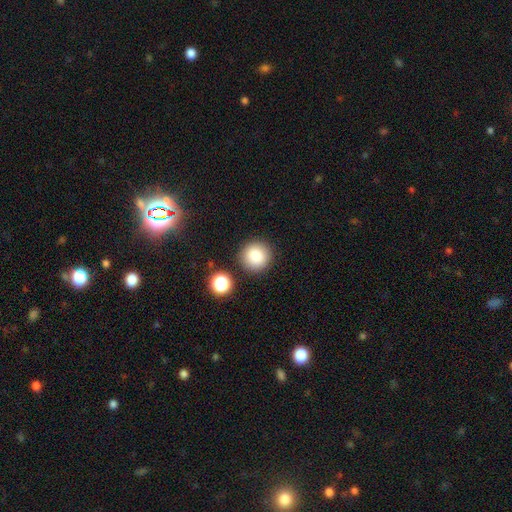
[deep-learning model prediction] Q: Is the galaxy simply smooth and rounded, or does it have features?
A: smooth — 85%.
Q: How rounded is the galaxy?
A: round — 94%.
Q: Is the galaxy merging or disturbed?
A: none — 87%.